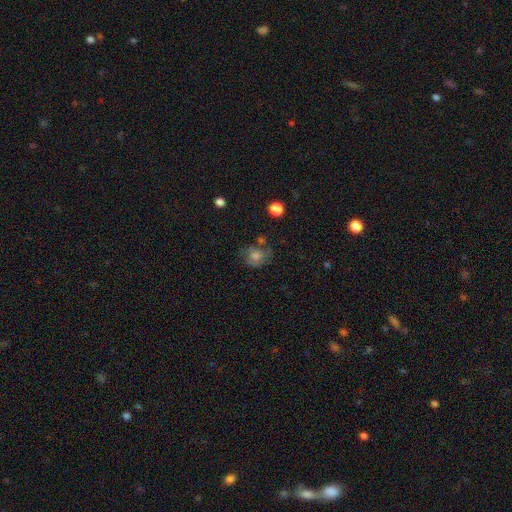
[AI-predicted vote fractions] Smooth or featured?
  - smooth: 49% *
  - featured or disk: 38%
  - star or artifact: 14%
Merging?
  - none: 57% *
  - minor disturbance: 23%
  - major disturbance: 12%
  - merger: 8%